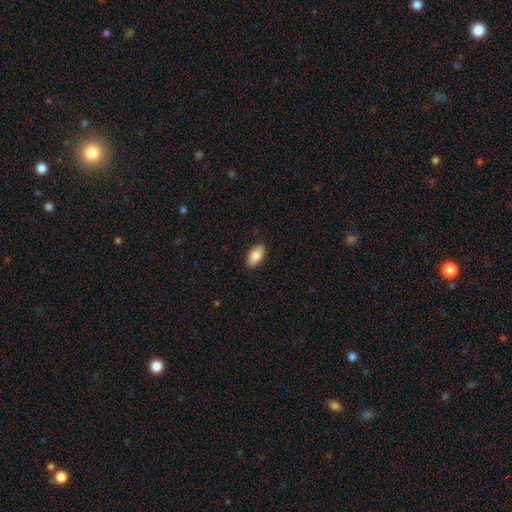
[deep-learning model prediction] This is clearly a smooth galaxy (85%). How rounded: clearly in between (94%). Merging: clearly none (89%).